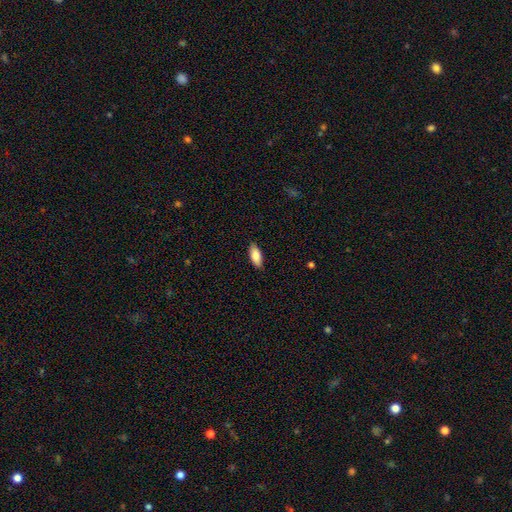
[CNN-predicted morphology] The model was most divided on "how rounded": in between: 85%, cigar-shaped: 13%, round: 2%. More confident: merging — none (87%); smooth or featured — smooth (85%).